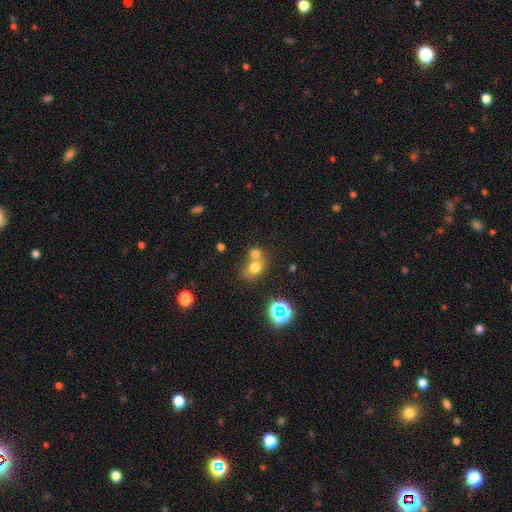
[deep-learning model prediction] This appears to be a smooth galaxy with no disk features (47%). Merging: none (57%).